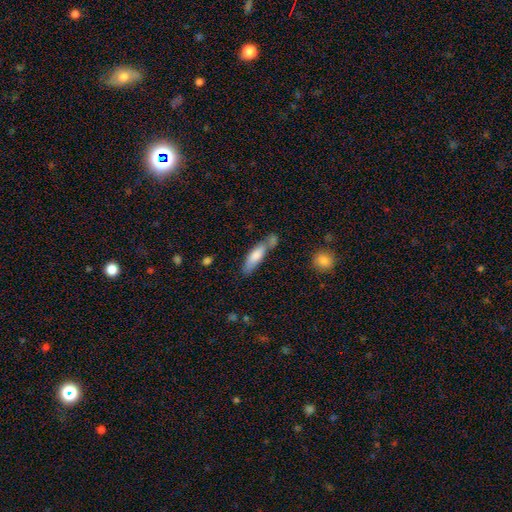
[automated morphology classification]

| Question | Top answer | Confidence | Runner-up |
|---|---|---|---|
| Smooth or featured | smooth | 74% | featured or disk (19%) |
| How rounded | cigar-shaped | 60% | in between (38%) |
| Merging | none | 49% | merger (23%) |